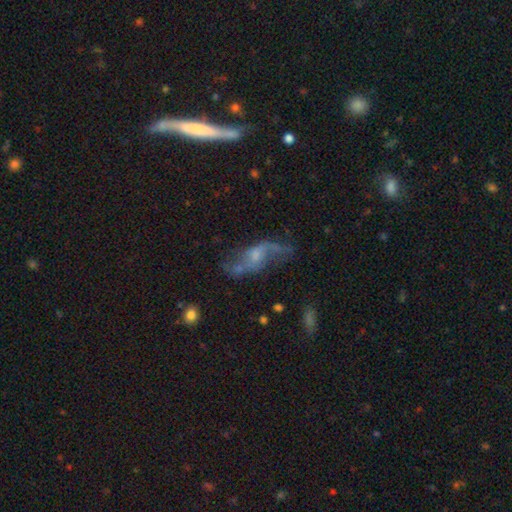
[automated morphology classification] Q: Smooth or featured?
A: featured or disk (73%); runner-up: smooth (17%)
Q: Edge-on disk?
A: no (88%); runner-up: yes (12%)
Q: Bar?
A: no (56%); runner-up: weak (35%)
Q: Spiral arms?
A: yes (81%); runner-up: no (19%)
Q: Spiral winding?
A: loose (83%); runner-up: medium (13%)
Q: Spiral arm count?
A: 2 (85%); runner-up: can't tell (7%)
Q: Bulge size?
A: small (42%); runner-up: moderate (34%)
Q: Merging?
A: none (53%); runner-up: minor disturbance (21%)